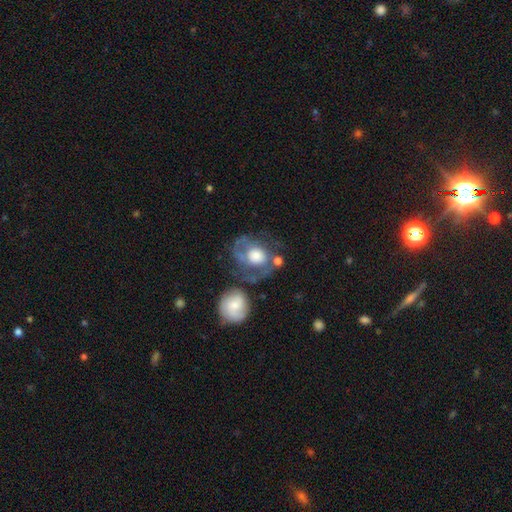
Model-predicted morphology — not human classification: Q: Smooth or featured?
A: featured or disk (55%); runner-up: smooth (37%)
Q: Edge-on disk?
A: no (96%); runner-up: yes (4%)
Q: Bar?
A: no (81%); runner-up: weak (16%)
Q: Spiral arms?
A: yes (61%); runner-up: no (39%)
Q: Bulge size?
A: large (46%); runner-up: moderate (35%)
Q: Merging?
A: none (44%); runner-up: major disturbance (22%)